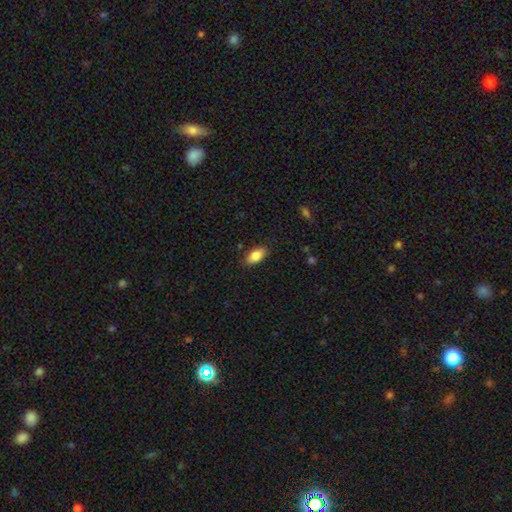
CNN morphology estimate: smooth_or_featured: smooth (p=0.85) [alt: featured or disk p=0.08]
how_rounded: in between (p=0.91) [alt: cigar-shaped p=0.06]
merging: none (p=0.85) [alt: minor disturbance p=0.11]